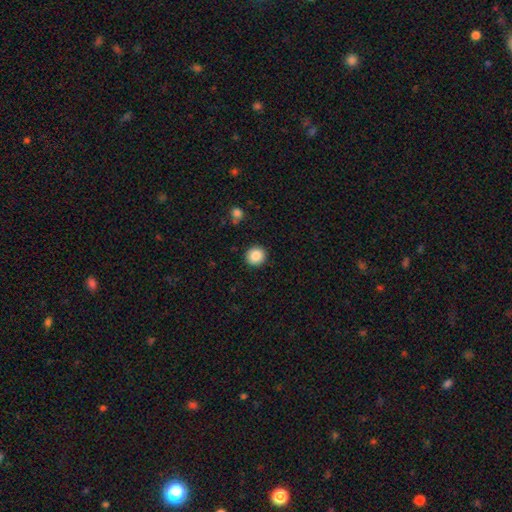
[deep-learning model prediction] Smooth or featured? smooth (87%)
How rounded? round (94%)
Merging? none (92%)